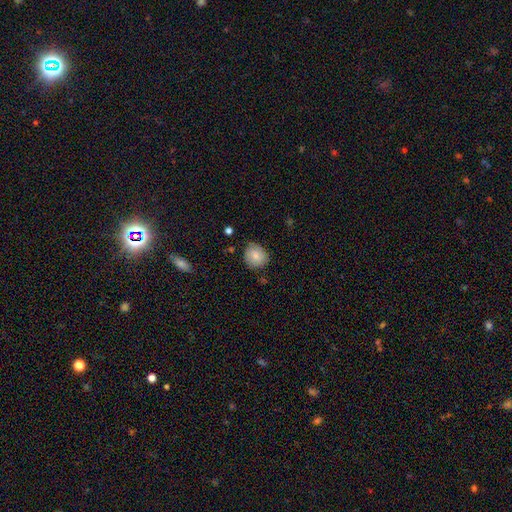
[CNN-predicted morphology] Smooth or featured: smooth — 78% (featured or disk — 14%)
How rounded: round — 78% (in between — 21%)
Merging: none — 73% (minor disturbance — 22%)